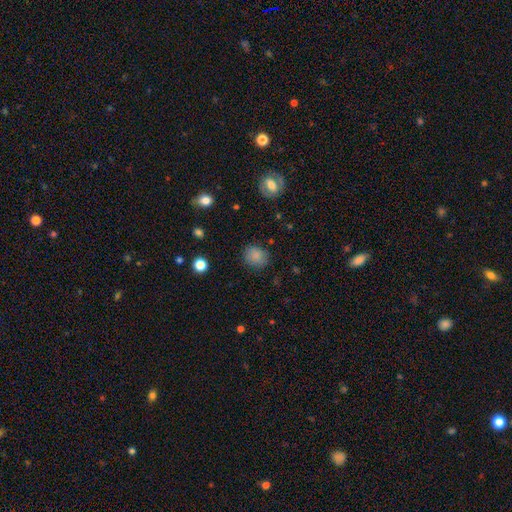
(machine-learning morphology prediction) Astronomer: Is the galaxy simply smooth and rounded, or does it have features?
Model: smooth — 83%.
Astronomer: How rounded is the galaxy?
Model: round — 72%.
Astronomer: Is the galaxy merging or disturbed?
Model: none — 83%.